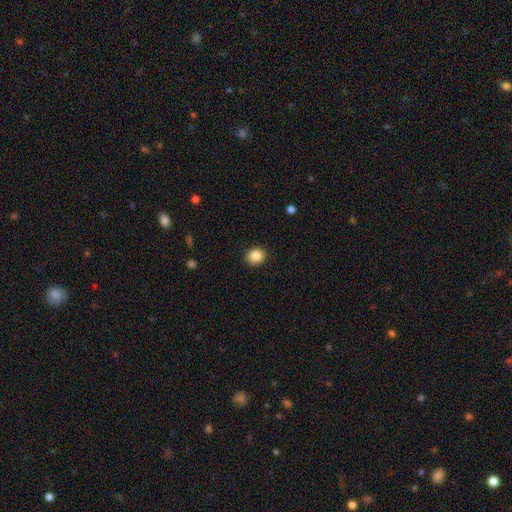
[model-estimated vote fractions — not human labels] Morphology: type=smooth (87%); roundness=round (67%); merging=none (90%).